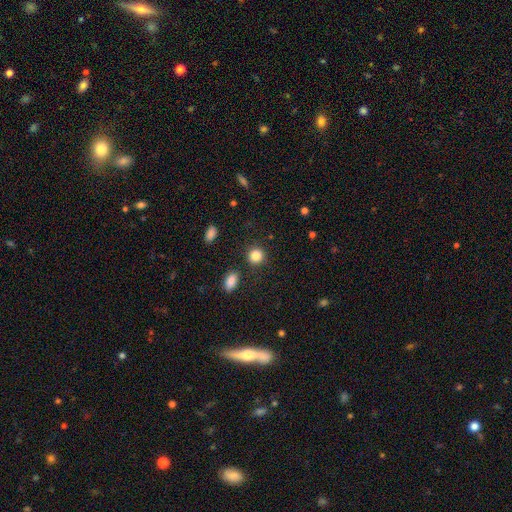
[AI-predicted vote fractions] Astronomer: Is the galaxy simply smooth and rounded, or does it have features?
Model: smooth — 85%.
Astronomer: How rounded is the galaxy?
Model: round — 88%.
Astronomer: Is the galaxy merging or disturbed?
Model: none — 86%.